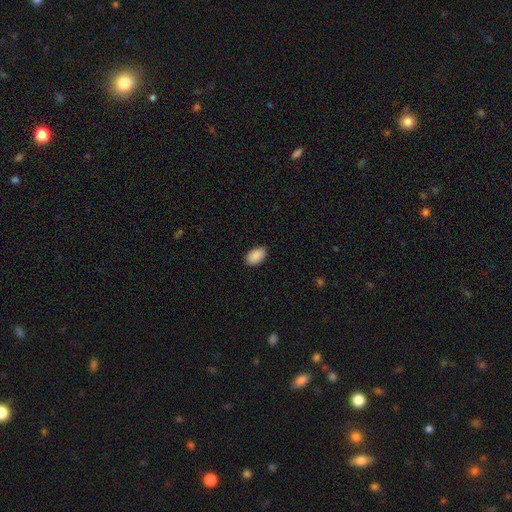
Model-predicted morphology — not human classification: Smooth or featured? smooth (90%)
How rounded? in between (93%)
Merging? none (87%)